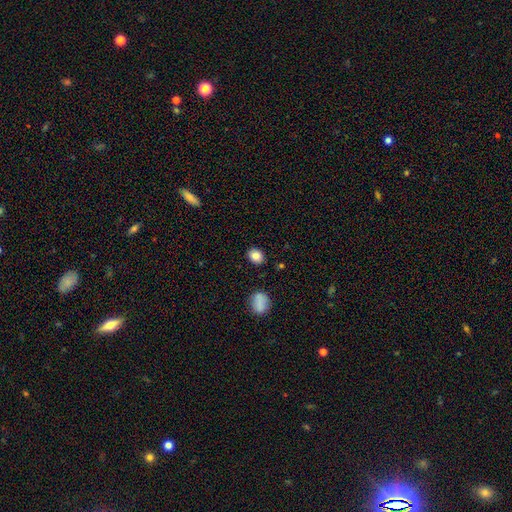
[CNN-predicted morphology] smooth_or_featured: smooth (p=0.84) [alt: star or artifact p=0.10]
how_rounded: in between (p=0.50) [alt: round p=0.49]
merging: none (p=0.86) [alt: minor disturbance p=0.09]